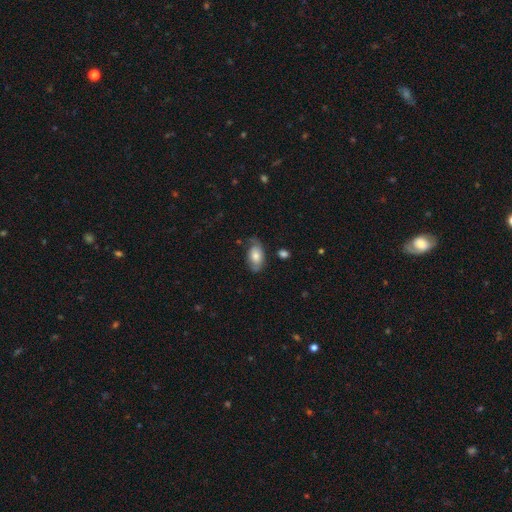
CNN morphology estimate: Smooth or featured: smooth — 65% (featured or disk — 28%)
How rounded: in between — 92% (round — 6%)
Merging: none — 58% (minor disturbance — 29%)